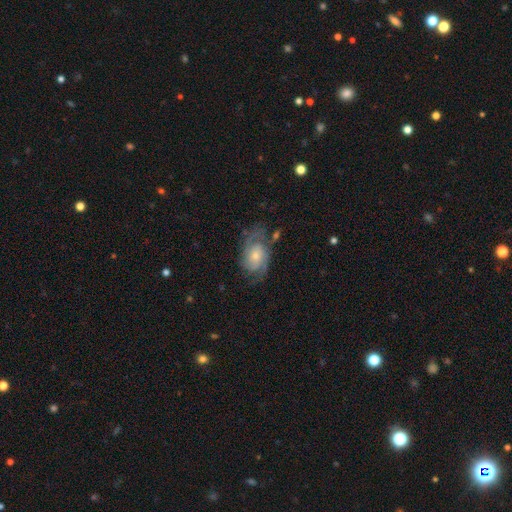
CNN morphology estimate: Q: Smooth or featured?
A: featured or disk (77%); runner-up: smooth (17%)
Q: Edge-on disk?
A: no (97%); runner-up: yes (3%)
Q: Bar?
A: no (67%); runner-up: weak (28%)
Q: Spiral arms?
A: yes (92%); runner-up: no (8%)
Q: Spiral winding?
A: medium (45%); runner-up: tight (38%)
Q: Spiral arm count?
A: 2 (58%); runner-up: can't tell (19%)
Q: Bulge size?
A: small (54%); runner-up: moderate (35%)
Q: Merging?
A: none (59%); runner-up: minor disturbance (22%)